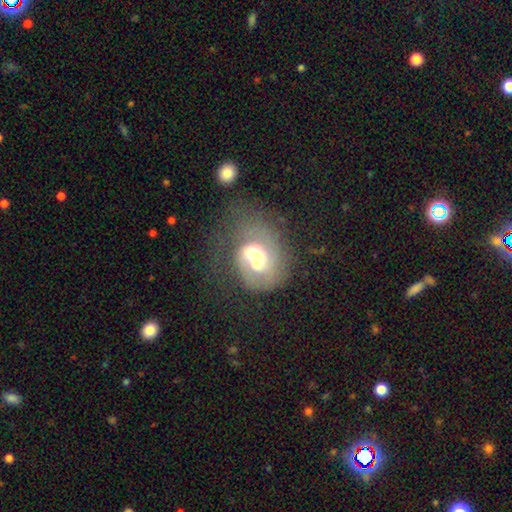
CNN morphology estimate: featured or disk 64%, smooth 28%, star or artifact 8%. Down the decision tree: edge-on disk — no (97%); bar — no (55%); spiral arms — yes (65%); bulge size — moderate (55%); merging — major disturbance (31%).